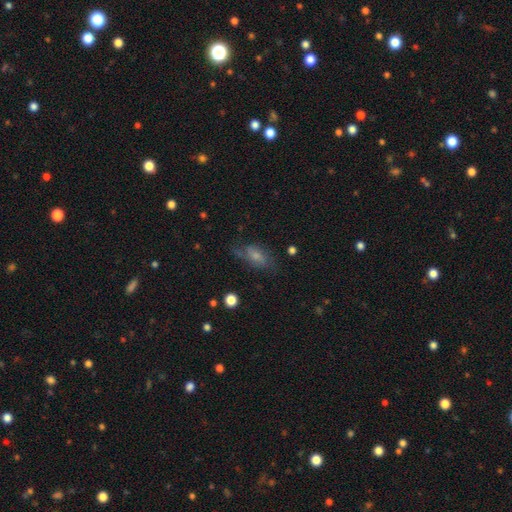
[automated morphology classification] Smooth or featured? smooth (45%)
Merging? none (57%)